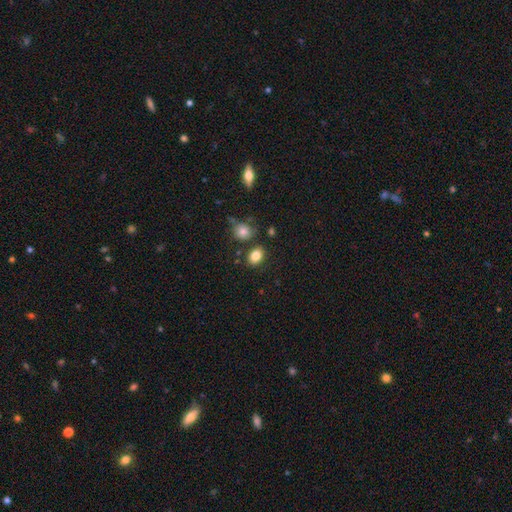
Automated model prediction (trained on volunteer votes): Smooth or featured? smooth (84%)
How rounded? in between (75%)
Merging? none (79%)